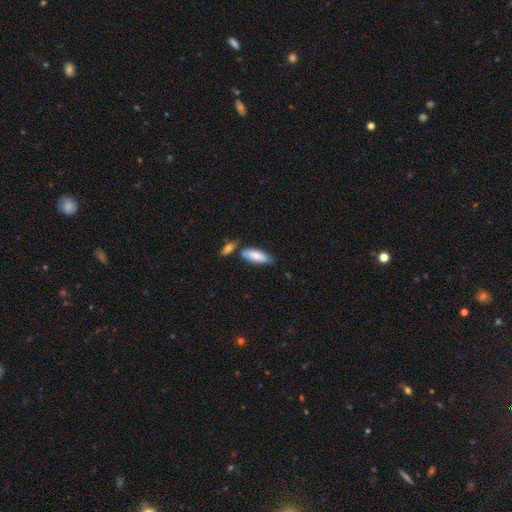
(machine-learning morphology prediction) smooth 80%, featured or disk 14%, star or artifact 6%. Down the decision tree: how rounded — in between (75%); merging — none (56%).